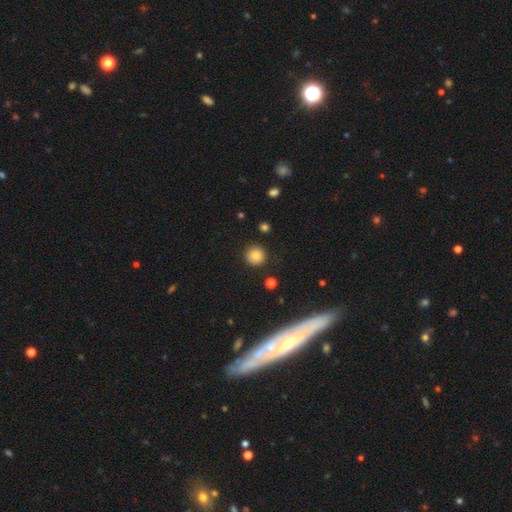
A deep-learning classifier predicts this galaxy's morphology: Smooth or featured?
  - smooth: 82% *
  - star or artifact: 11%
  - featured or disk: 6%
How rounded?
  - round: 94% *
  - in between: 5%
  - cigar-shaped: 1%
Merging?
  - none: 89% *
  - minor disturbance: 7%
  - major disturbance: 2%
  - merger: 2%